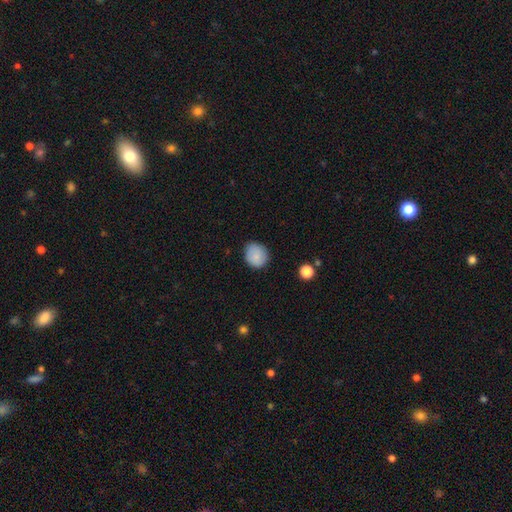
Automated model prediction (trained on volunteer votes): Smooth or featured? smooth (83%)
How rounded? round (75%)
Merging? none (82%)